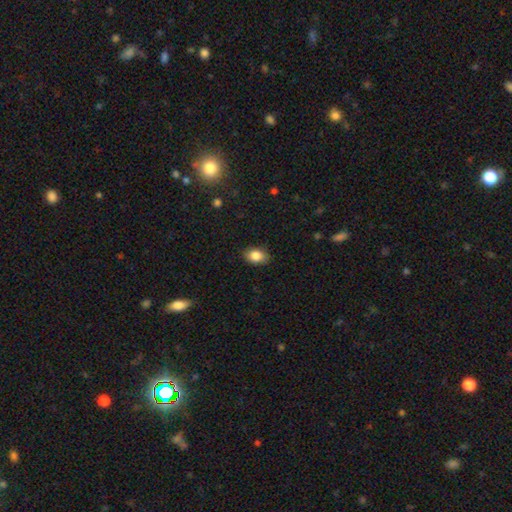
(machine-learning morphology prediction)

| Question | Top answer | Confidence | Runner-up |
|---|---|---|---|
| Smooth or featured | smooth | 85% | star or artifact (9%) |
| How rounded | in between | 77% | round (21%) |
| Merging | none | 85% | minor disturbance (12%) |